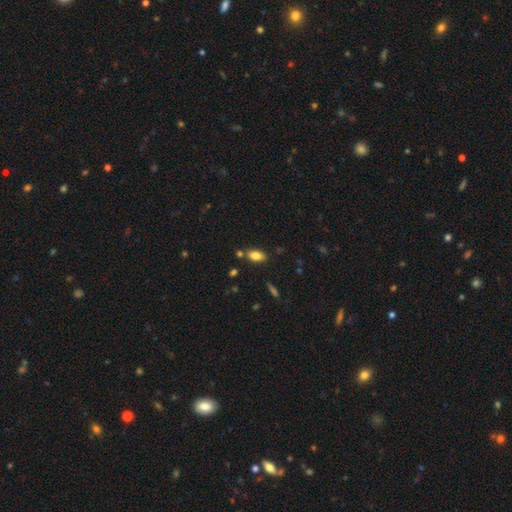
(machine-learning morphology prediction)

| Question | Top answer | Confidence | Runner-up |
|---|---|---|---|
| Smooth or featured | smooth | 82% | featured or disk (9%) |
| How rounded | in between | 90% | cigar-shaped (5%) |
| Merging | none | 76% | minor disturbance (12%) |